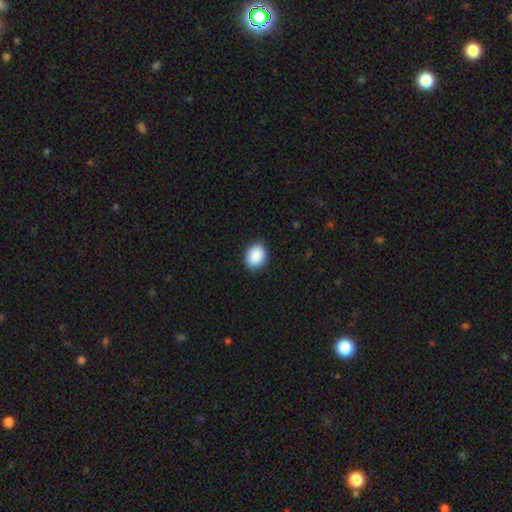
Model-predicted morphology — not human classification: Q: Smooth or featured?
A: smooth (90%); runner-up: star or artifact (7%)
Q: How rounded?
A: in between (61%); runner-up: round (38%)
Q: Merging?
A: none (90%); runner-up: minor disturbance (7%)